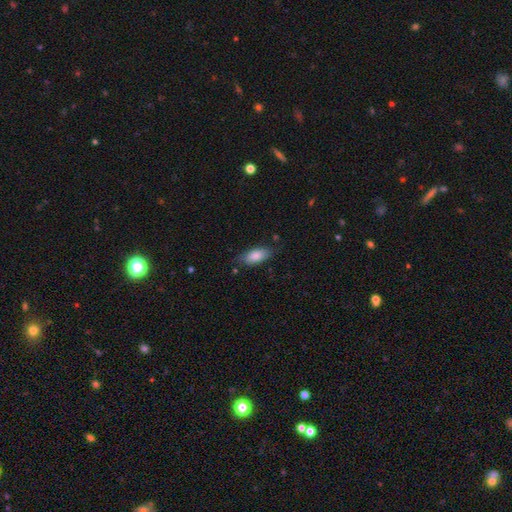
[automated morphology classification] Overall: smooth (83%). How rounded: in between (87%). Merging: none (72%).